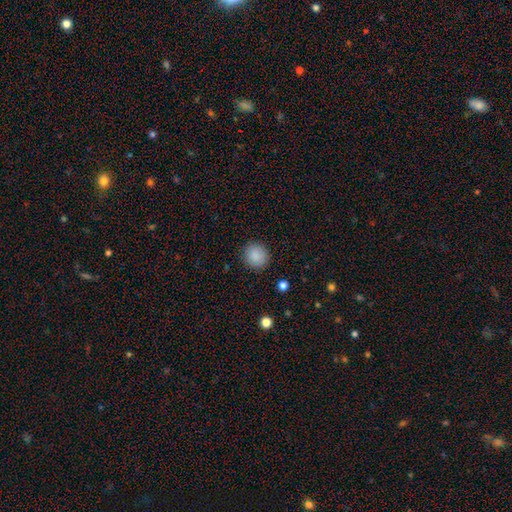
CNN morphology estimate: smooth-or-featured: smooth: 89% | star or artifact: 8% | featured or disk: 3%
  how-rounded: round: 91% | in between: 8% | cigar-shaped: 1%
  merging: none: 91% | minor disturbance: 6% | major disturbance: 2% | merger: 1%